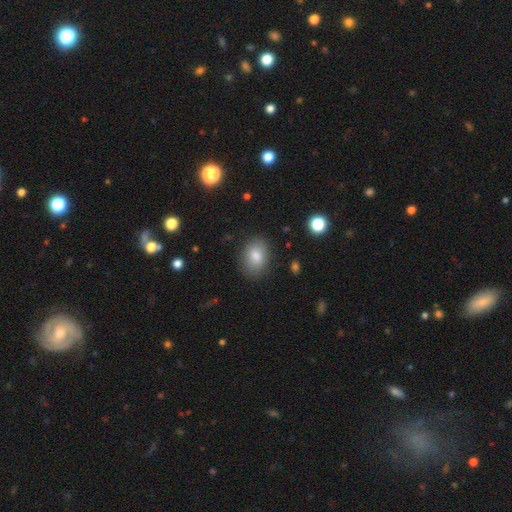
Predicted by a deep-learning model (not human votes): The model was most divided on "how rounded": in between: 69%, round: 30%, cigar-shaped: 1%. More confident: merging — none (85%); smooth or featured — smooth (81%).